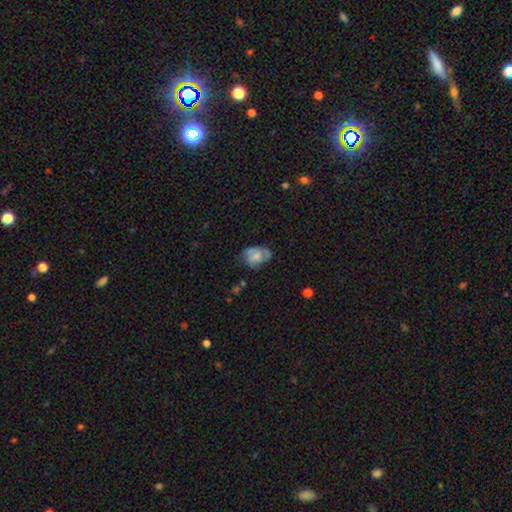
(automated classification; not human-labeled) The model was most divided on "merging": none: 45%, minor disturbance: 32%, major disturbance: 18%, merger: 5%. More confident: how rounded — in between (68%); smooth or featured — smooth (52%).